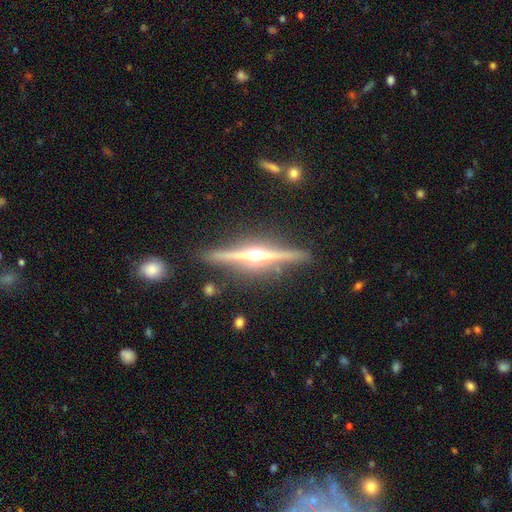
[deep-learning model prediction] Smooth or featured? Predicted: featured or disk (p=0.87). Edge-on disk? Predicted: yes (p=0.98). Edge-on bulge? Predicted: rounded (p=0.95). Merging? Predicted: none (p=0.89).